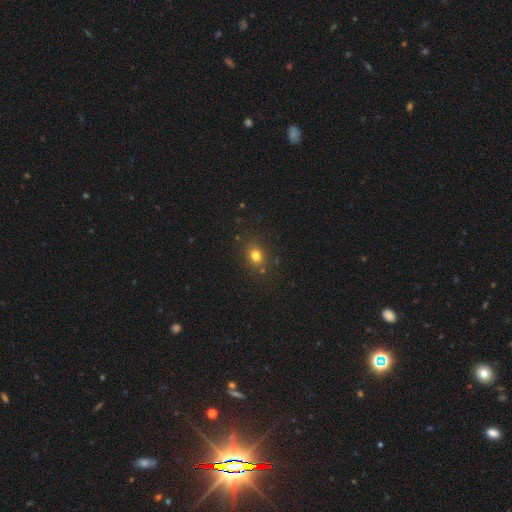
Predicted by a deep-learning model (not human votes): This is likely a smooth galaxy (76%). How rounded: possibly round (57%). Merging: clearly none (83%).